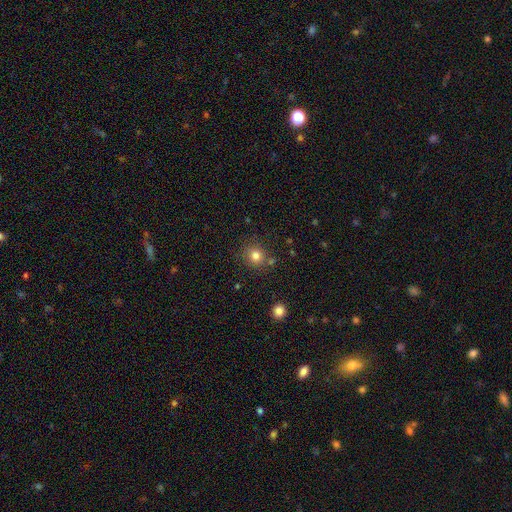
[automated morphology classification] Smooth or featured? Predicted: smooth (p=0.80). How rounded? Predicted: round (p=0.87). Merging? Predicted: none (p=0.80).